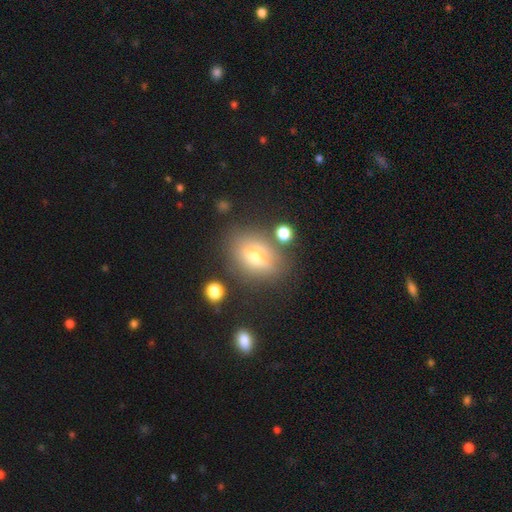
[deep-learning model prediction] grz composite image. It shows a smooth galaxy with no disk features (48%). Merging: none (75%).